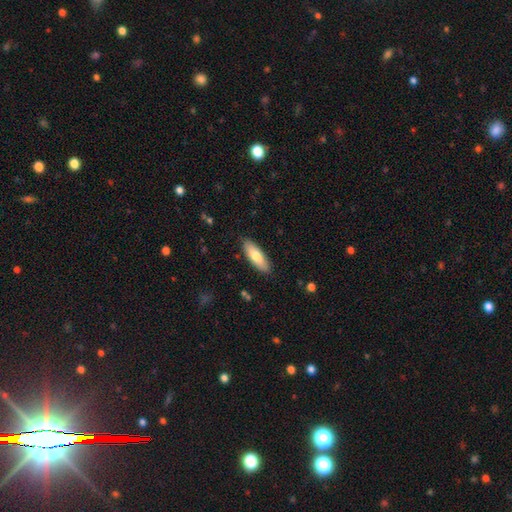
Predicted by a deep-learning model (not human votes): A smooth galaxy with no disk features (75%) that is in between round and cigar-shaped (58%).

Vote fractions:
- Smooth or featured? smooth: 75% / featured or disk: 19% / star or artifact: 6%
- How rounded? in between: 58% / cigar-shaped: 40% / round: 2%
- Merging? none: 88% / minor disturbance: 9% / major disturbance: 2% / merger: 1%